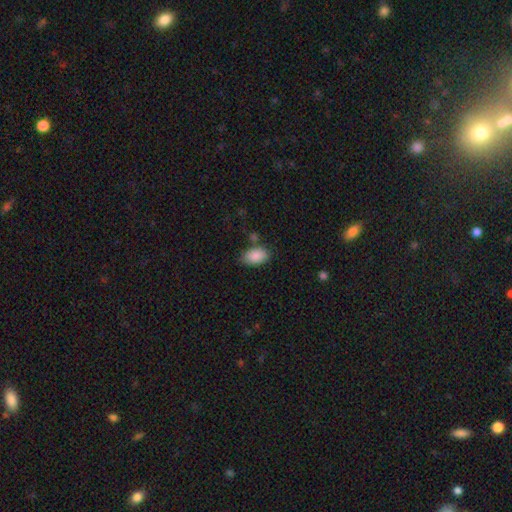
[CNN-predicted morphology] type=smooth (88%); roundness=in between (92%); merging=none (74%).